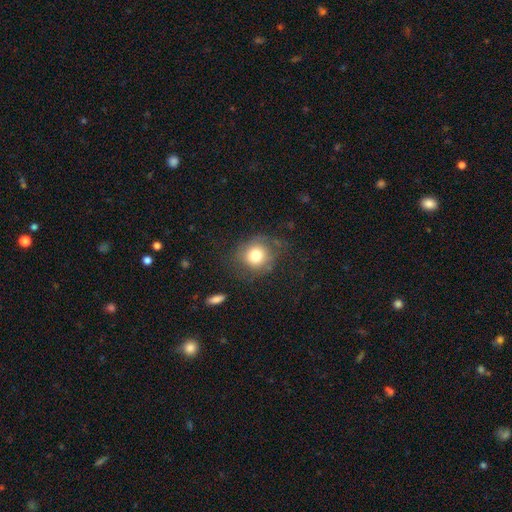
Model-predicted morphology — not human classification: smooth_or_featured: smooth (p=0.75) [alt: featured or disk p=0.15]
how_rounded: round (p=0.86) [alt: in between p=0.13]
merging: none (p=0.68) [alt: minor disturbance p=0.19]